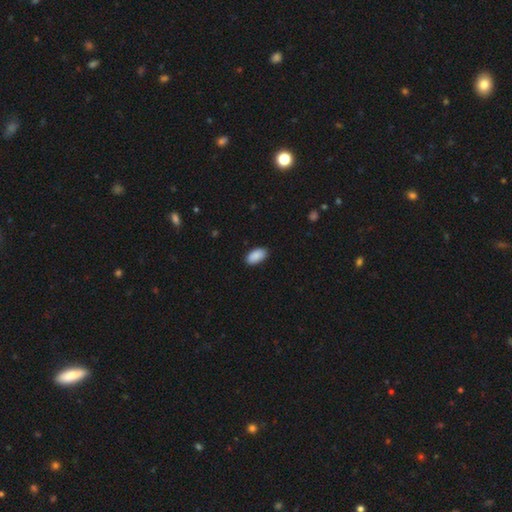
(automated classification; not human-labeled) smooth_or_featured: smooth (p=0.90) [alt: star or artifact p=0.06]
how_rounded: in between (p=0.95) [alt: round p=0.03]
merging: none (p=0.87) [alt: minor disturbance p=0.10]